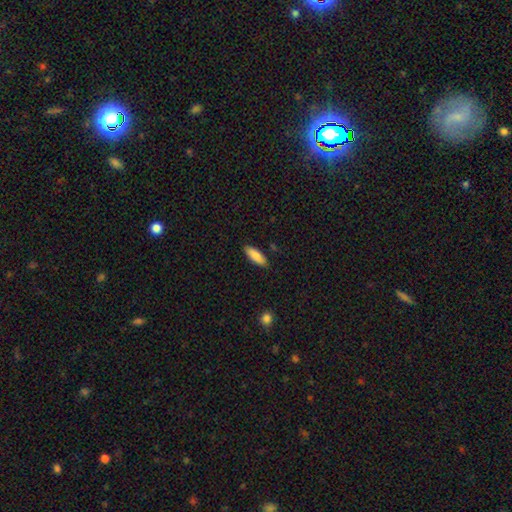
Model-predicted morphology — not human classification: Smooth or featured: smooth — 87% (featured or disk — 7%)
How rounded: in between — 68% (cigar-shaped — 30%)
Merging: none — 86% (minor disturbance — 10%)